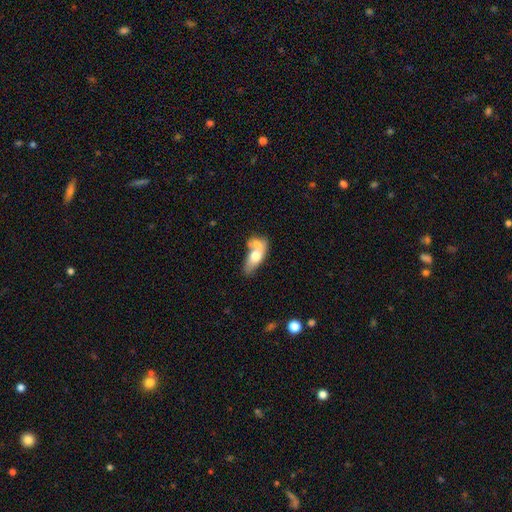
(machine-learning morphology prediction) Q: Smooth or featured?
A: smooth (62%); runner-up: featured or disk (31%)
Q: How rounded?
A: in between (78%); runner-up: cigar-shaped (14%)
Q: Merging?
A: merger (62%); runner-up: none (20%)